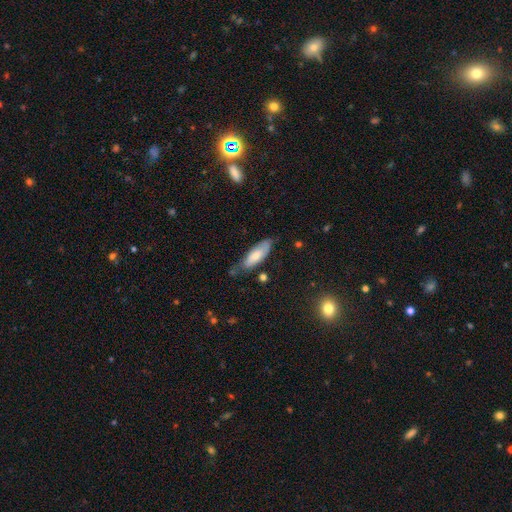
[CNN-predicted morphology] This is likely a smooth galaxy (67%). How rounded: likely in between (65%). Merging: possibly none (56%).